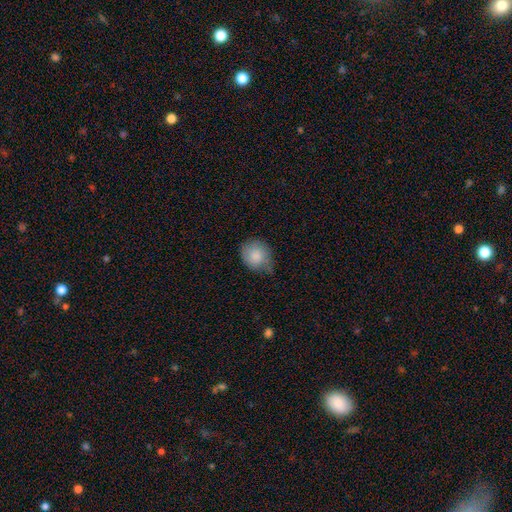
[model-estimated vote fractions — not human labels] A smooth galaxy with no disk features (84%) that is round (71%). Merging: none (49%).